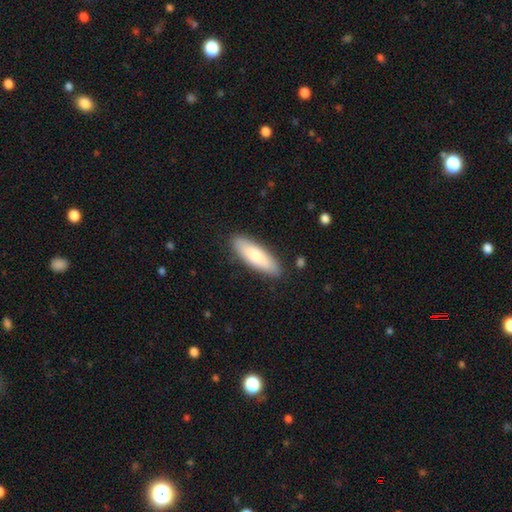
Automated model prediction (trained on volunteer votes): This is likely a smooth galaxy (79%). How rounded: possibly cigar-shaped (51%). Merging: clearly none (87%).